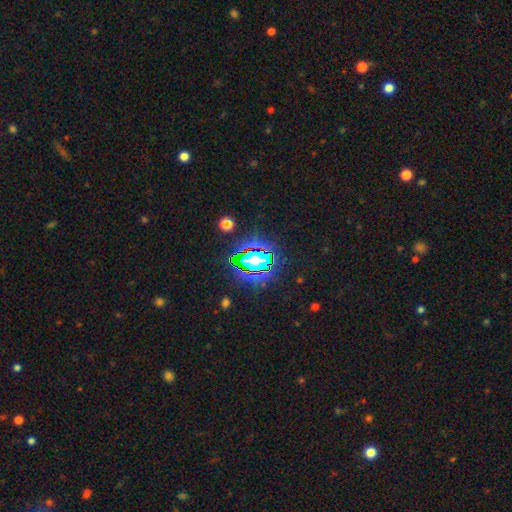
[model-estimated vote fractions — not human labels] The model was most divided on "smooth or featured": star or artifact: 80%, smooth: 12%, featured or disk: 8%.